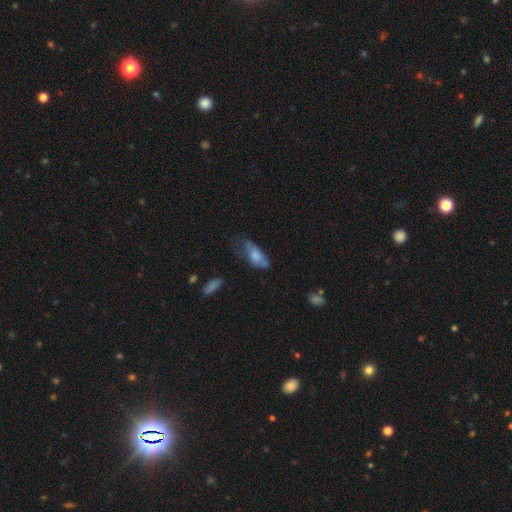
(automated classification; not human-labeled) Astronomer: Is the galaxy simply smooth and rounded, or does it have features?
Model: smooth — 67%.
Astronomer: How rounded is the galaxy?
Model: in between — 81%.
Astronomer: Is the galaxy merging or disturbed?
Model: minor disturbance — 33% (runner-up: none, 31%).